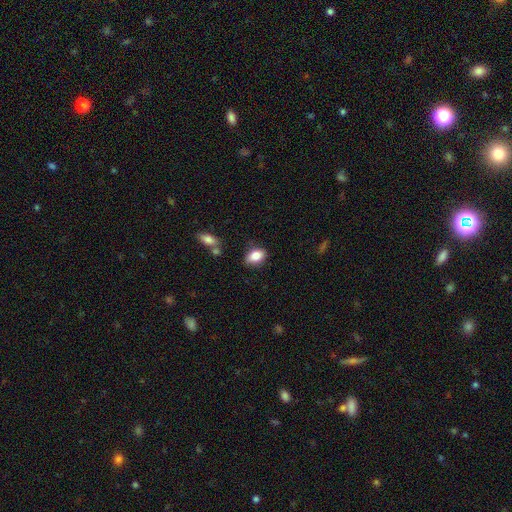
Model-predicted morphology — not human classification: smooth 84%, featured or disk 8%, star or artifact 8%. Down the decision tree: how rounded — in between (85%); merging — none (80%).